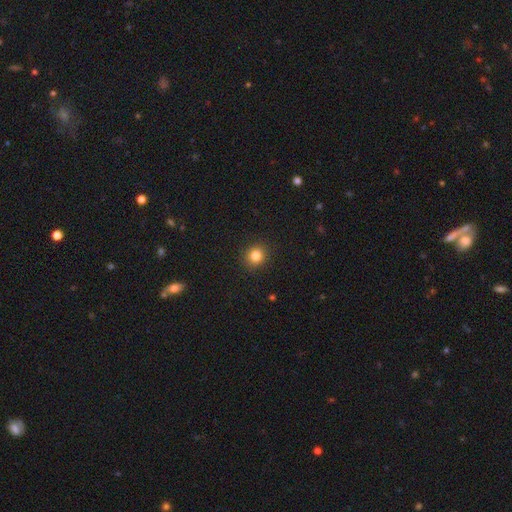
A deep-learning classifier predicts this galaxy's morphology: smooth_or_featured: smooth (p=0.83) [alt: star or artifact p=0.12]
how_rounded: round (p=0.87) [alt: in between p=0.13]
merging: none (p=0.91) [alt: minor disturbance p=0.06]